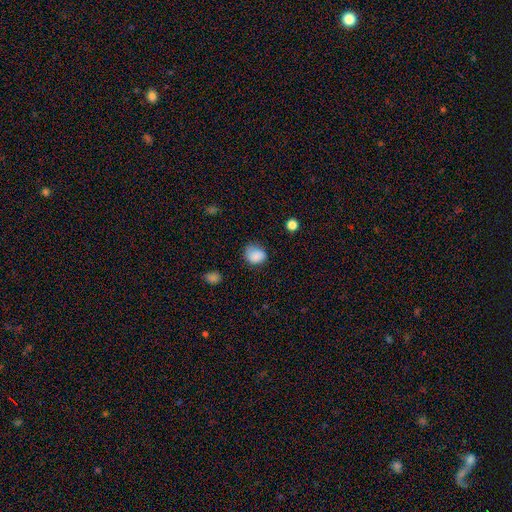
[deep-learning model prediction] smooth-or-featured: smooth: 85% | star or artifact: 9% | featured or disk: 6%
  how-rounded: round: 60% | in between: 39% | cigar-shaped: 1%
  merging: none: 60% | minor disturbance: 29% | major disturbance: 8% | merger: 2%